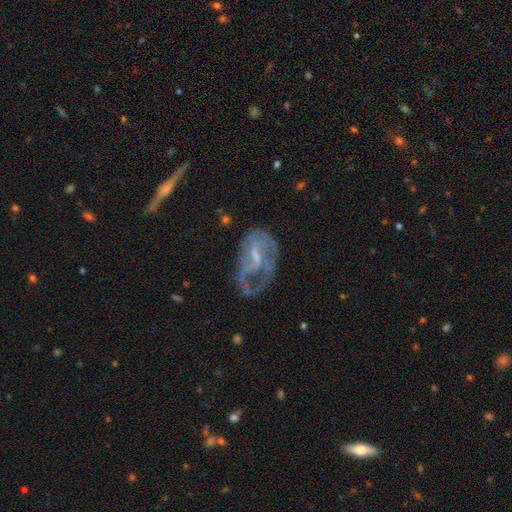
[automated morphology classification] Smooth or featured: featured or disk — 70% (smooth — 22%)
Edge-on disk: no — 95% (yes — 5%)
Bar: weak — 48% (no — 37%)
Spiral arms: yes — 65% (no — 35%)
Bulge size: small — 41% (moderate — 29%)
Merging: major disturbance — 41% (none — 33%)